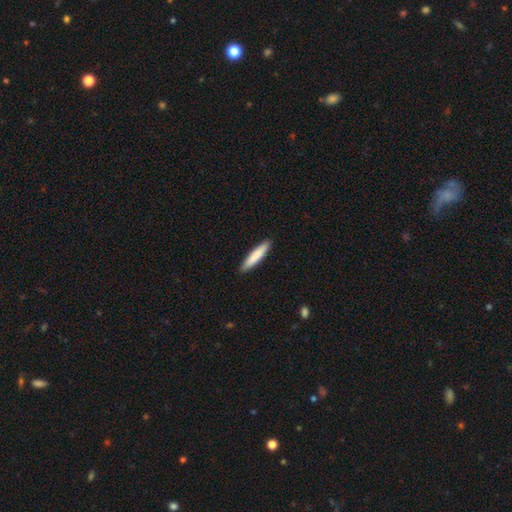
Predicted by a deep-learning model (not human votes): Smooth or featured? smooth (82%)
How rounded? cigar-shaped (90%)
Merging? none (91%)